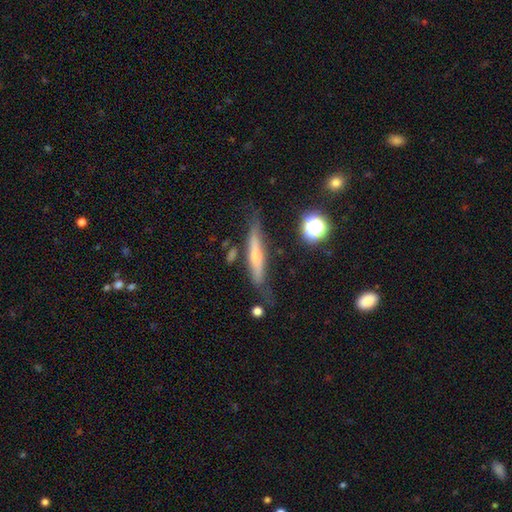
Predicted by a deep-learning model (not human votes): Smooth or featured: featured or disk — 47% (smooth — 45%)
Merging: none — 69% (minor disturbance — 21%)